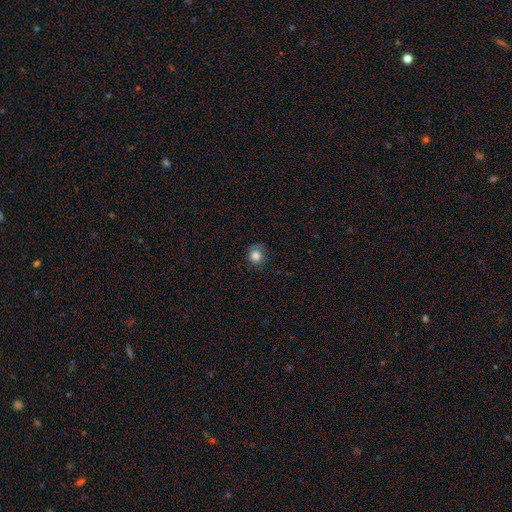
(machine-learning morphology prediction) Smooth or featured? smooth (82%)
How rounded? round (85%)
Merging? none (71%)